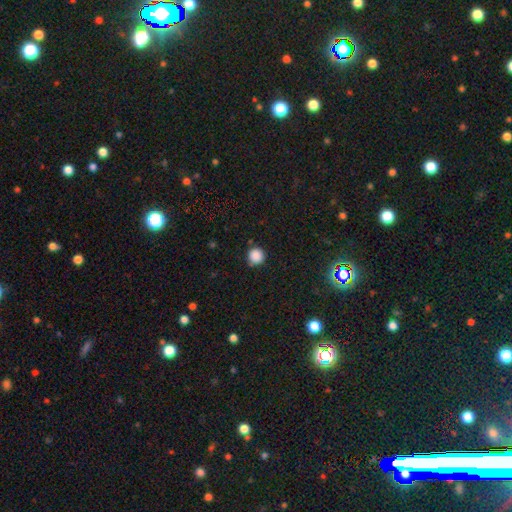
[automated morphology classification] Overall: smooth (86%). How rounded: round (94%). Merging: none (83%).